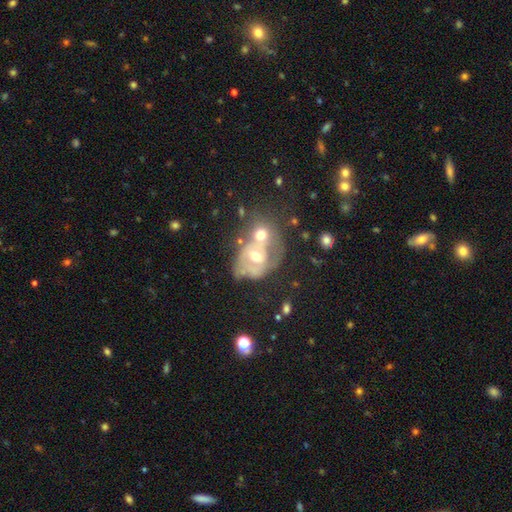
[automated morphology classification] This appears to be a featured or disk galaxy (61%) with no bar (65%), spiral arms (51%) and a moderate central bulge (66%). Merging: merger (56%).